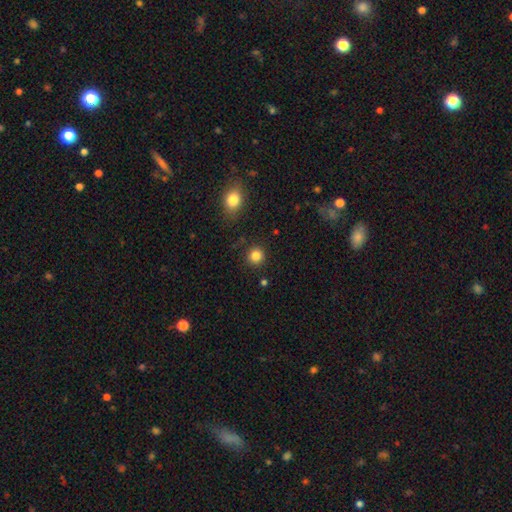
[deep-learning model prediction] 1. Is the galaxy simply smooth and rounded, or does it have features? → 84% smooth, 12% star or artifact, 4% featured or disk.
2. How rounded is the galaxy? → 92% round, 7% in between, 1% cigar-shaped.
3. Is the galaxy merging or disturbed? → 90% none, 6% minor disturbance, 2% major disturbance, 2% merger.